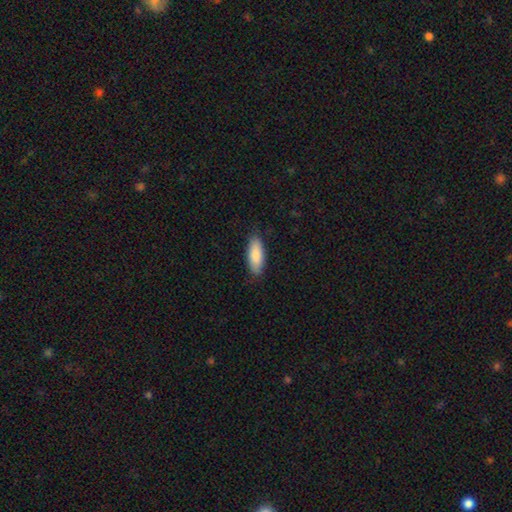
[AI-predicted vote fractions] This is clearly a smooth galaxy (87%). How rounded: likely in between (70%). Merging: clearly none (85%).